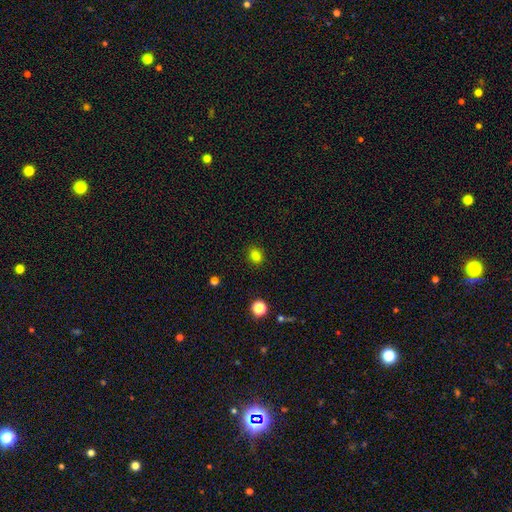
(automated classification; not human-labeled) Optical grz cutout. It shows a smooth galaxy with no disk features (82%) that is round (51%). Merging: none (88%).